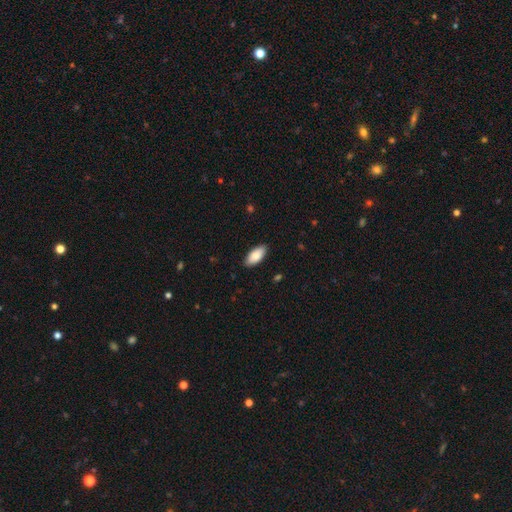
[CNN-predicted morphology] Smooth or featured? smooth (87%)
How rounded? in between (90%)
Merging? none (88%)